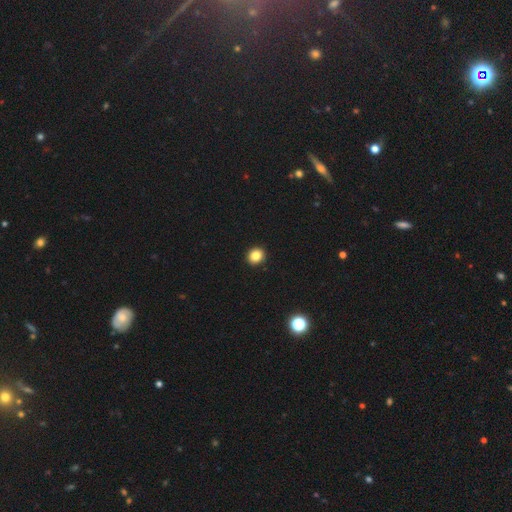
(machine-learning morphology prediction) Smooth or featured? Predicted: smooth (p=0.84). How rounded? Predicted: round (p=0.82). Merging? Predicted: none (p=0.93).